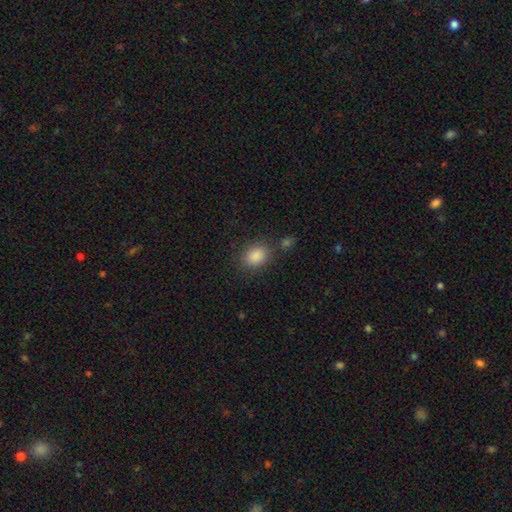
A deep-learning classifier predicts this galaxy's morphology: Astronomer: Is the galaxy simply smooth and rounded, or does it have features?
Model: smooth — 85%.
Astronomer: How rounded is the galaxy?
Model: in between — 64%.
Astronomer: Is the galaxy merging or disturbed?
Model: none — 78%.